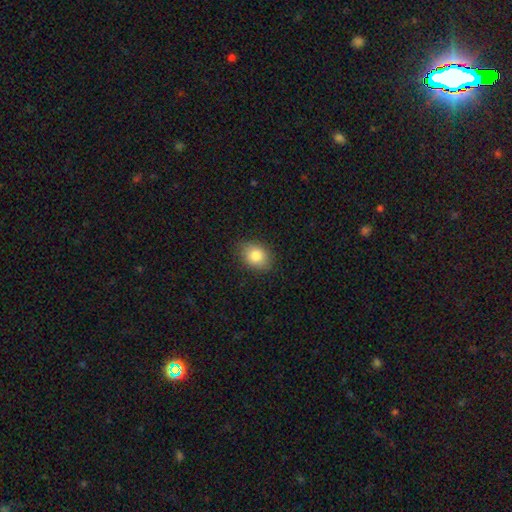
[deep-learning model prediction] Smooth or featured? smooth (84%)
How rounded? in between (66%)
Merging? none (84%)